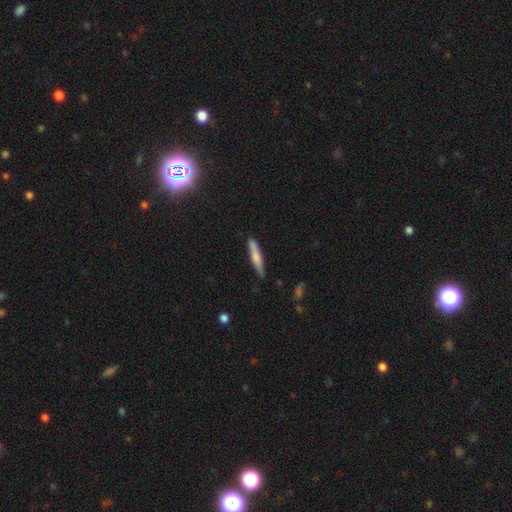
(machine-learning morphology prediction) type=smooth (66%); roundness=cigar-shaped (90%); merging=none (81%).